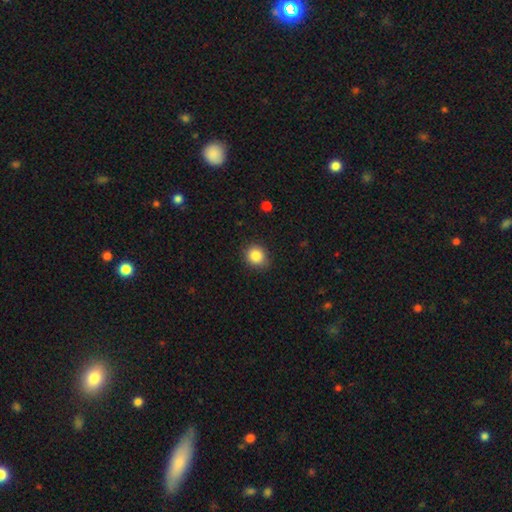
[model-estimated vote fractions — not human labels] smooth-or-featured: smooth: 86% | star or artifact: 10% | featured or disk: 4%
  how-rounded: round: 75% | in between: 24% | cigar-shaped: 1%
  merging: none: 85% | minor disturbance: 12% | major disturbance: 2% | merger: 1%